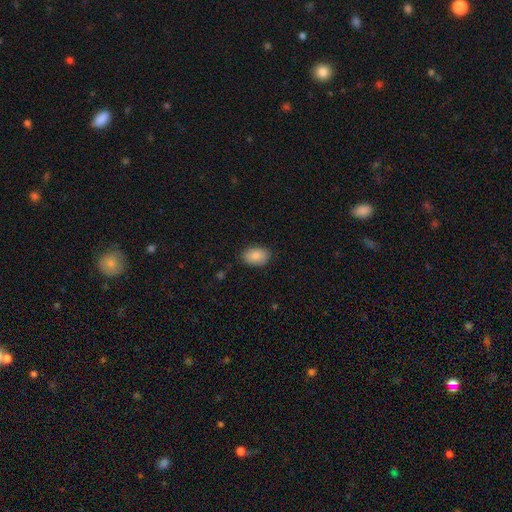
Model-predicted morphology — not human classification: smooth_or_featured: smooth (p=0.83) [alt: featured or disk p=0.10]
how_rounded: in between (p=0.85) [alt: round p=0.14]
merging: none (p=0.85) [alt: minor disturbance p=0.11]